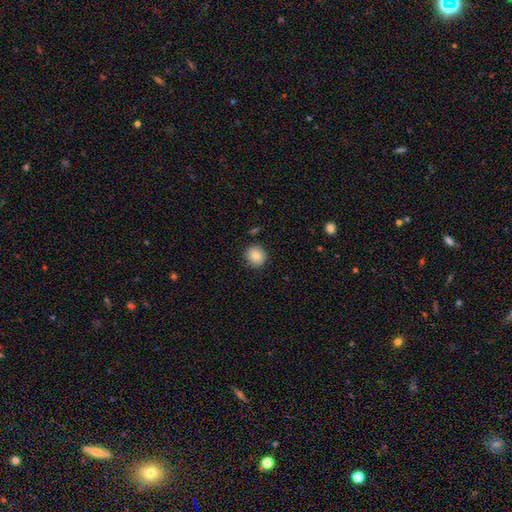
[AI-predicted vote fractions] Q: Smooth or featured?
A: smooth (85%); runner-up: star or artifact (8%)
Q: How rounded?
A: round (89%); runner-up: in between (10%)
Q: Merging?
A: none (88%); runner-up: minor disturbance (8%)